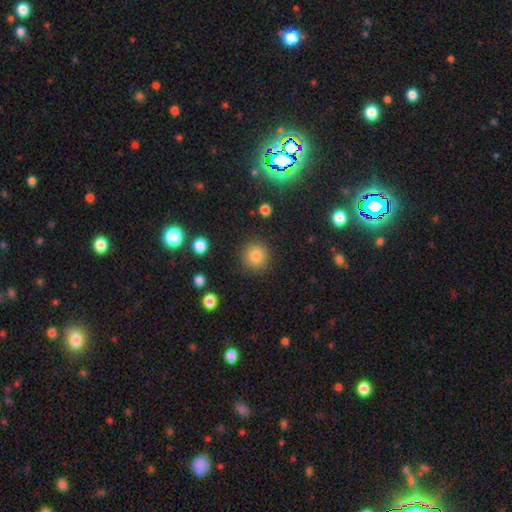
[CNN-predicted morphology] Q: Smooth or featured?
A: smooth (83%); runner-up: star or artifact (11%)
Q: How rounded?
A: round (93%); runner-up: in between (6%)
Q: Merging?
A: none (89%); runner-up: minor disturbance (7%)